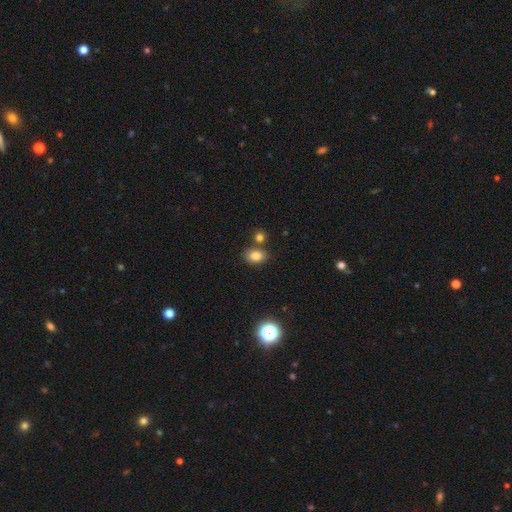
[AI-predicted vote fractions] This is clearly a smooth galaxy (82%). How rounded: likely in between (64%). Merging: likely none (68%).